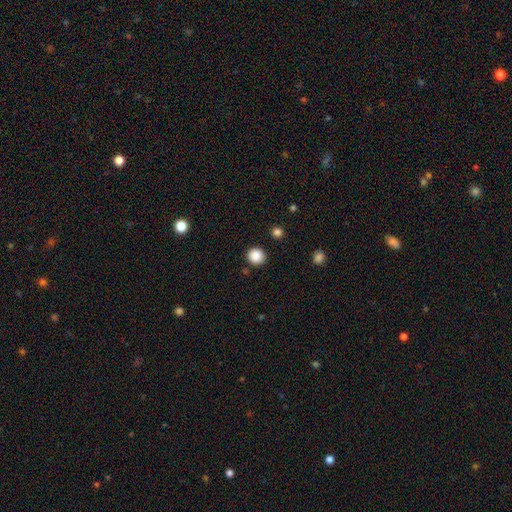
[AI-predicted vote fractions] smooth 87%, star or artifact 10%, featured or disk 3%. Down the decision tree: how rounded — round (91%); merging — none (90%).